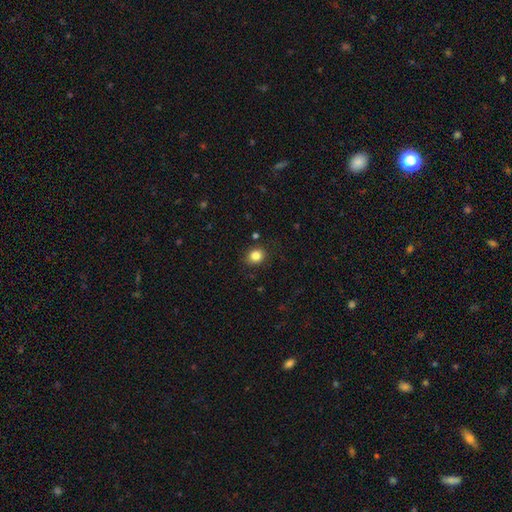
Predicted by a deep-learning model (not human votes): Smooth or featured: smooth — 83% (star or artifact — 11%)
How rounded: round — 71% (in between — 28%)
Merging: none — 87% (minor disturbance — 9%)